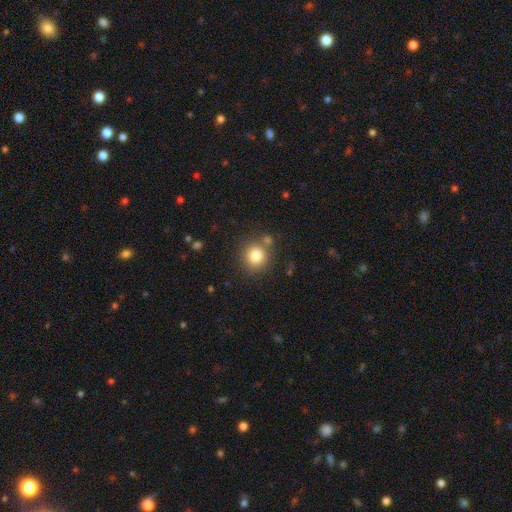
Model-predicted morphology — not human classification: Smooth or featured?
  - smooth: 81% *
  - star or artifact: 11%
  - featured or disk: 8%
How rounded?
  - round: 91% *
  - in between: 8%
  - cigar-shaped: 1%
Merging?
  - none: 78% *
  - minor disturbance: 10%
  - merger: 9%
  - major disturbance: 3%